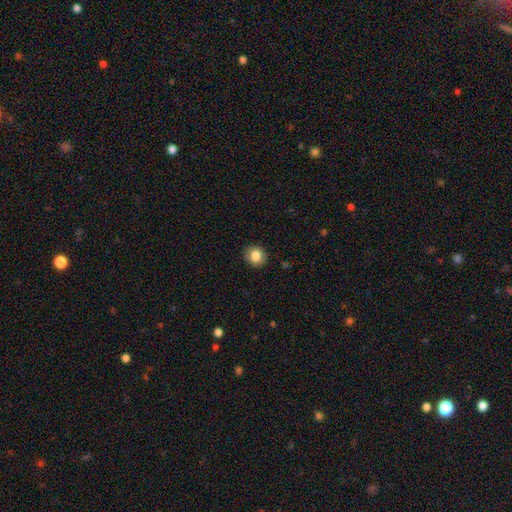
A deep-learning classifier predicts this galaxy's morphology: Smooth or featured?
  - smooth: 84% *
  - star or artifact: 9%
  - featured or disk: 6%
How rounded?
  - round: 80% *
  - in between: 19%
  - cigar-shaped: 1%
Merging?
  - none: 90% *
  - minor disturbance: 7%
  - major disturbance: 2%
  - merger: 1%